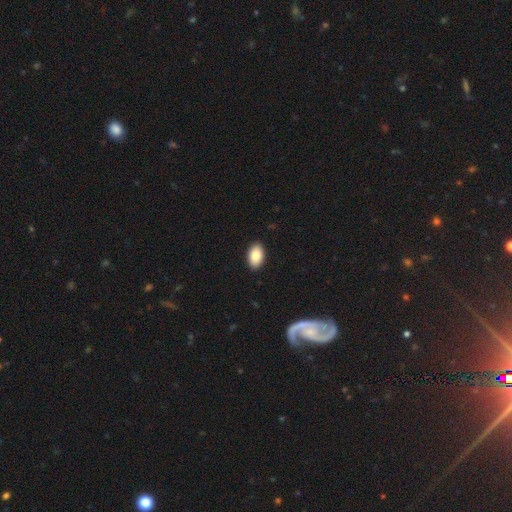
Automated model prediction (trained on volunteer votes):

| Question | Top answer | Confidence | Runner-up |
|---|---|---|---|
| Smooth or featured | smooth | 86% | featured or disk (7%) |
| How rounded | in between | 94% | round (5%) |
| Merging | none | 91% | minor disturbance (7%) |